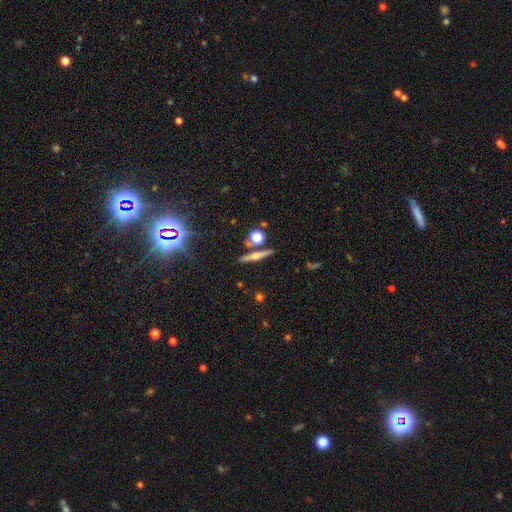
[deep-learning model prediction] This appears to be a featured or disk galaxy (58%) viewed edge-on (96%) with a rounded central bulge (86%). Merging: none (83%).